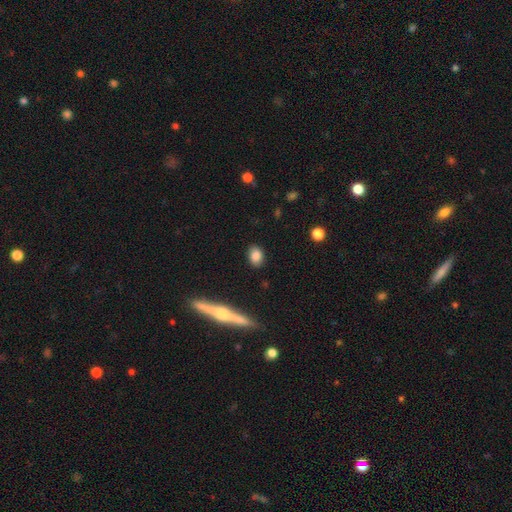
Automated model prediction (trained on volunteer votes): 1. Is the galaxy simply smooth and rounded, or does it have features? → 83% smooth, 9% featured or disk, 8% star or artifact.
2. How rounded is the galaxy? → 71% in between, 26% round, 3% cigar-shaped.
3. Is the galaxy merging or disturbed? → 87% none, 9% minor disturbance, 2% major disturbance, 1% merger.